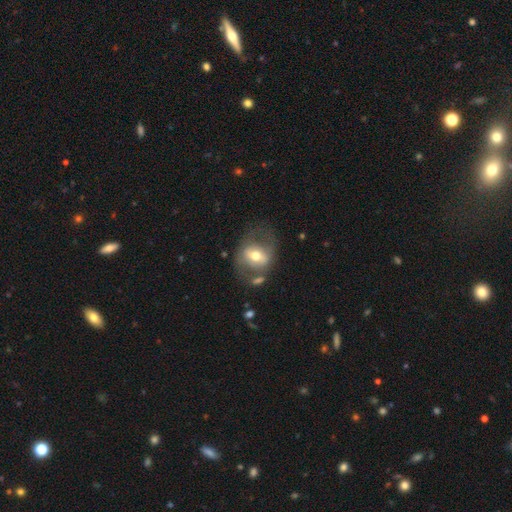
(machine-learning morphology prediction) Smooth or featured: featured or disk — 50% (smooth — 43%)
Merging: none — 53% (minor disturbance — 19%)